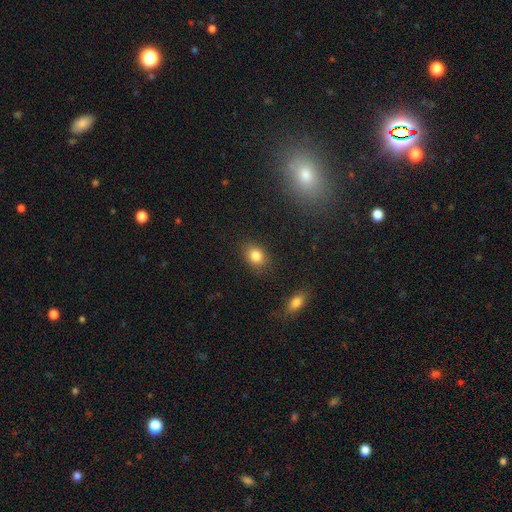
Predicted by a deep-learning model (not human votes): smooth_or_featured: smooth (p=0.83) [alt: star or artifact p=0.10]
how_rounded: in between (p=0.66) [alt: round p=0.33]
merging: none (p=0.84) [alt: minor disturbance p=0.12]